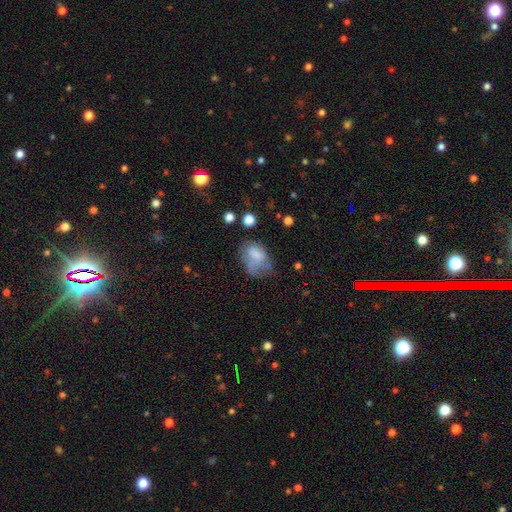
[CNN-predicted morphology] This appears to be a smooth galaxy with no disk features (63%) that is in between round and cigar-shaped (76%). Merging: major disturbance (34%).